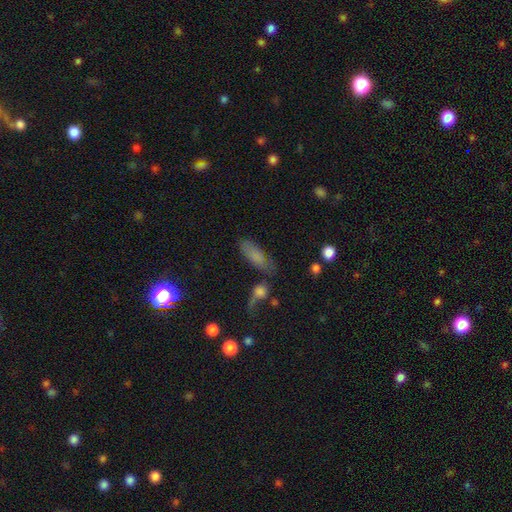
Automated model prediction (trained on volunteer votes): This appears to be a smooth galaxy with no disk features (74%) that is in between round and cigar-shaped (69%). Merging: none (57%).